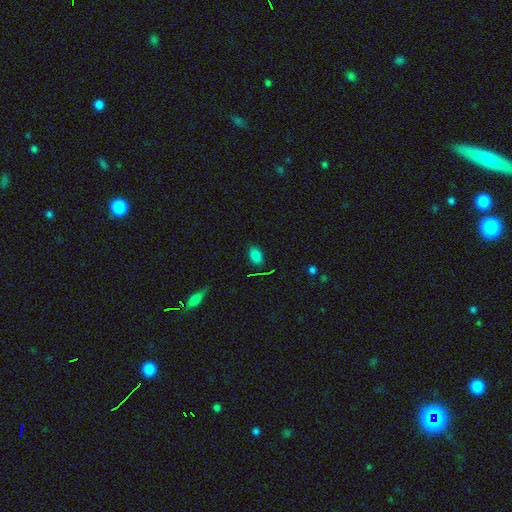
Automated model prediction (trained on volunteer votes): smooth-or-featured: smooth: 81% | star or artifact: 14% | featured or disk: 6%
  how-rounded: in between: 86% | round: 12% | cigar-shaped: 2%
  merging: none: 81% | minor disturbance: 14% | major disturbance: 3% | merger: 2%